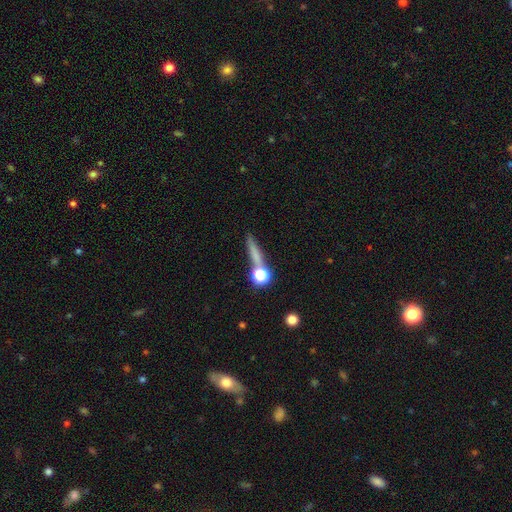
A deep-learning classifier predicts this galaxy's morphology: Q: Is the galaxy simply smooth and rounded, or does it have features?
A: smooth — 63%.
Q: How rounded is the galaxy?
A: cigar-shaped — 64%.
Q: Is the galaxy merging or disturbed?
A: none — 67%.